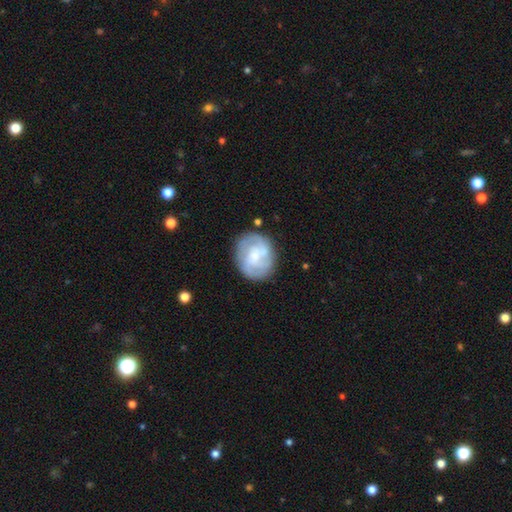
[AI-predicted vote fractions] smooth-or-featured: featured or disk: 62% | smooth: 31% | star or artifact: 6%
  disk-edge-on: no: 98% | yes: 2%
    bar: no: 59% | weak: 34% | strong: 7%
    has-spiral-arms: yes: 78% | no: 22%
    bulge-size: small: 45% | moderate: 33% | none: 14% | large: 6% | dominant: 2%
  merging: none: 72% | minor disturbance: 17% | major disturbance: 8% | merger: 3%